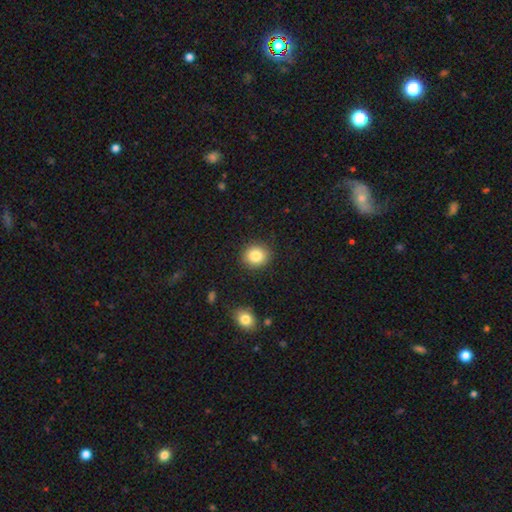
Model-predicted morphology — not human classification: Smooth or featured? smooth (85%)
How rounded? round (82%)
Merging? none (89%)